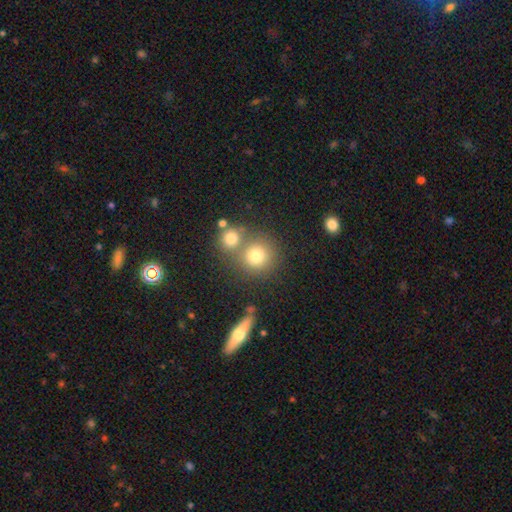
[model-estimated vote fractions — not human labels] A smooth galaxy with no disk features (76%) that is round (90%).

Vote fractions:
- Smooth or featured? smooth: 76% / star or artifact: 13% / featured or disk: 11%
- How rounded? round: 90% / in between: 9% / cigar-shaped: 1%
- Merging? none: 58% / merger: 30% / minor disturbance: 8% / major disturbance: 4%